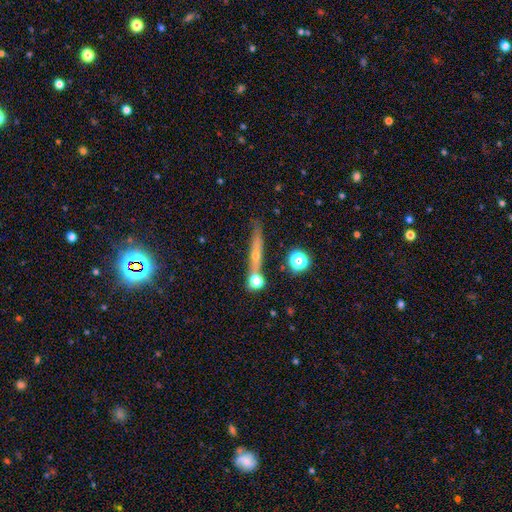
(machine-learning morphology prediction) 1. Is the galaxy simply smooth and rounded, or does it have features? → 50% featured or disk, 35% smooth, 15% star or artifact.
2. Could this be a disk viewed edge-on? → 87% yes, 13% no.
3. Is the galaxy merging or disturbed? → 73% none, 12% minor disturbance, 11% merger, 4% major disturbance.